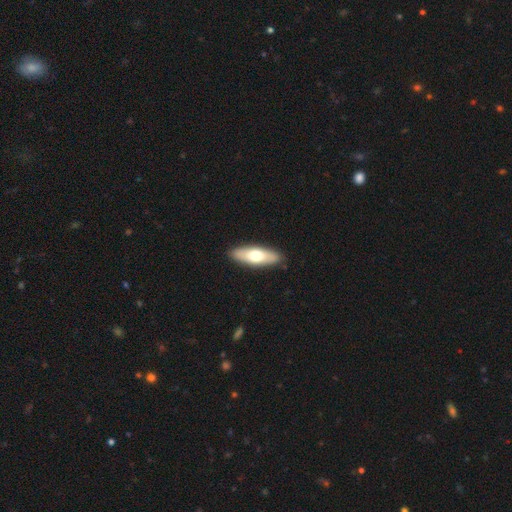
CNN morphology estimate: Q: Smooth or featured?
A: smooth (64%); runner-up: featured or disk (31%)
Q: How rounded?
A: in between (52%); runner-up: cigar-shaped (46%)
Q: Merging?
A: none (89%); runner-up: minor disturbance (8%)